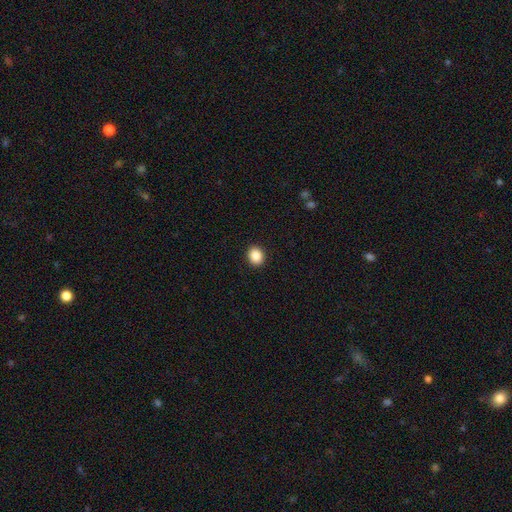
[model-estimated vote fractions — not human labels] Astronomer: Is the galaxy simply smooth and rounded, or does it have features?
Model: smooth — 88%.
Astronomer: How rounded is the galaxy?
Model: round — 66%.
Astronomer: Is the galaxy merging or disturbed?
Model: none — 92%.